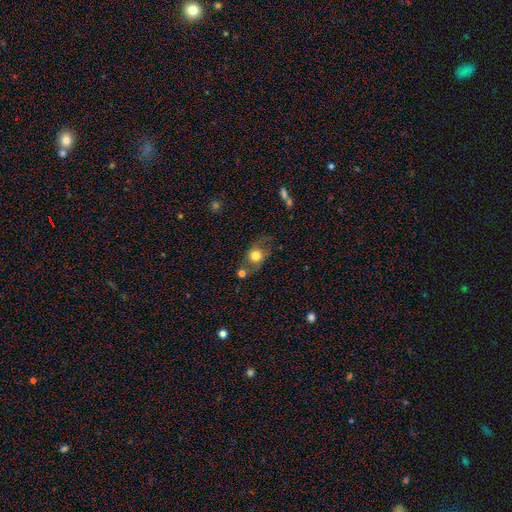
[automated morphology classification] smooth_or_featured: smooth (p=0.60) [alt: featured or disk p=0.31]
how_rounded: round (p=0.51) [alt: in between p=0.46]
merging: none (p=0.54) [alt: minor disturbance p=0.22]